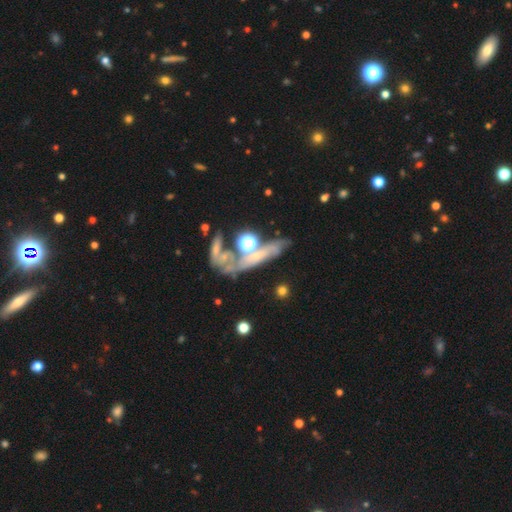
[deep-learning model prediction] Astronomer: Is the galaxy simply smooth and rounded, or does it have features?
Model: featured or disk — 45% (runner-up: smooth, 35%).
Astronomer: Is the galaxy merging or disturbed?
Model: none — 38% (runner-up: merger, 28%).